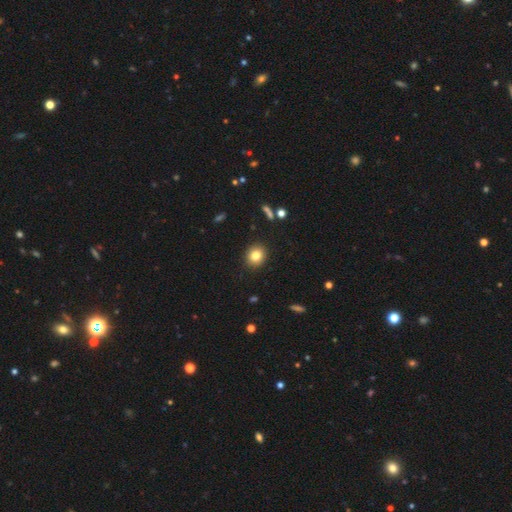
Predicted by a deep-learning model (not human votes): Smooth or featured? smooth (82%)
How rounded? round (75%)
Merging? none (90%)